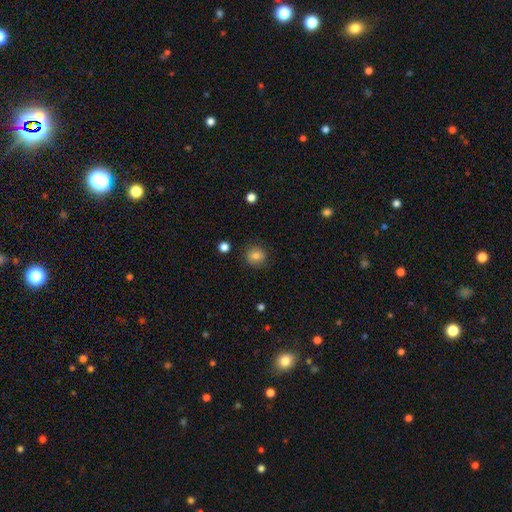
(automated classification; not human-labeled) Overall: smooth (80%). How rounded: round (76%). Merging: none (85%).